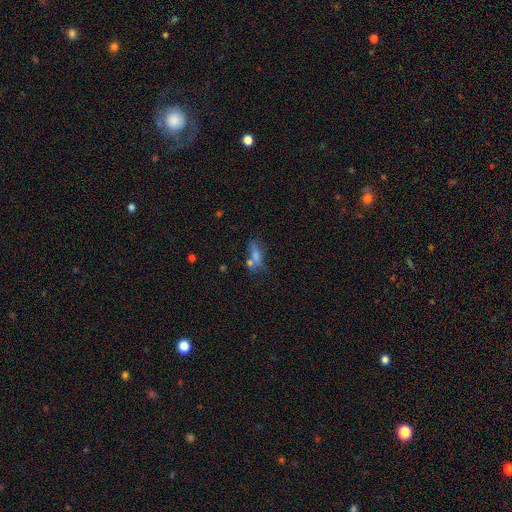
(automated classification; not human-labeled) This is possibly a smooth galaxy (55%). How rounded: possibly cigar-shaped (51%). Merging: possibly none (58%).